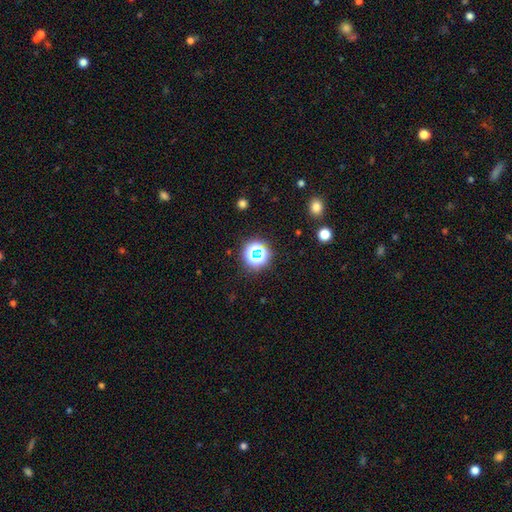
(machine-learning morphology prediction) A star or artifact, not a galaxy (62%).